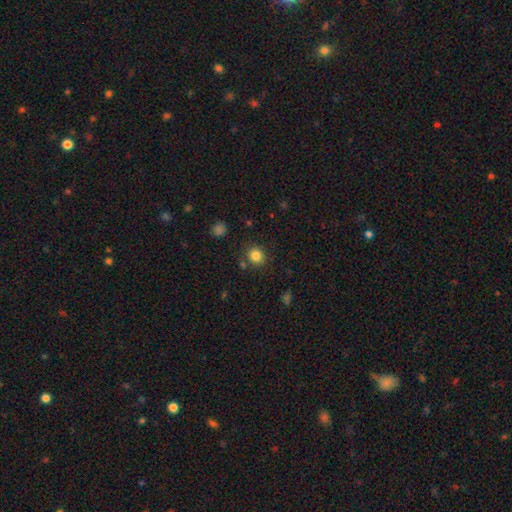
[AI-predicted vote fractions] Smooth or featured?
  - smooth: 83% *
  - star or artifact: 12%
  - featured or disk: 5%
How rounded?
  - round: 83% *
  - in between: 16%
  - cigar-shaped: 1%
Merging?
  - none: 82% *
  - minor disturbance: 10%
  - merger: 5%
  - major disturbance: 3%